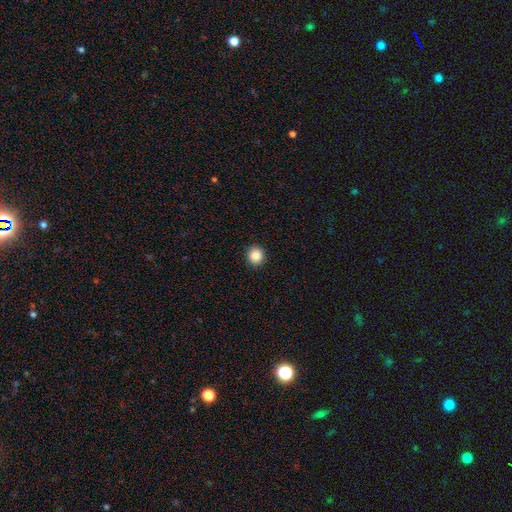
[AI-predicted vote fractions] This appears to be a smooth galaxy with no disk features (88%) that is round (90%). Merging: none (92%).